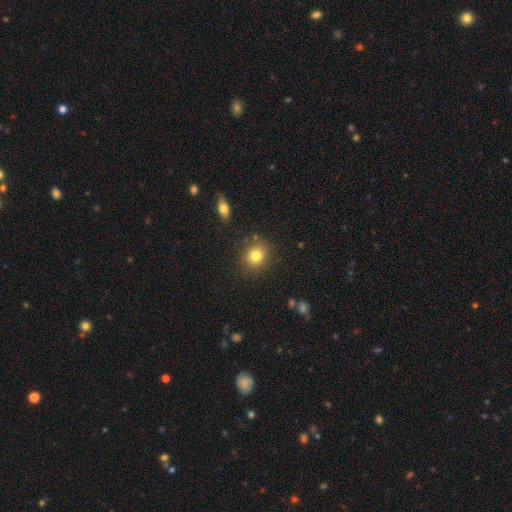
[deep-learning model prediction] This is clearly a smooth galaxy (81%). How rounded: likely round (74%). Merging: clearly none (84%).